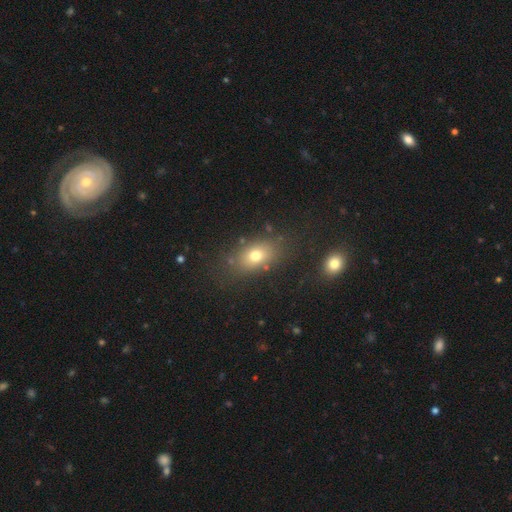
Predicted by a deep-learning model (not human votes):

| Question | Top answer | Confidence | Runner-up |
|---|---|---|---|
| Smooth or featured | smooth | 72% | featured or disk (15%) |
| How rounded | in between | 75% | round (23%) |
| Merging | none | 78% | minor disturbance (12%) |